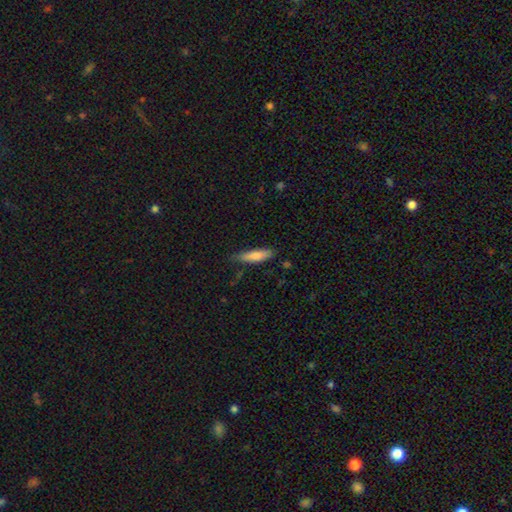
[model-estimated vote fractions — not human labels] Morphology: type=smooth (78%); roundness=cigar-shaped (68%); merging=none (69%).